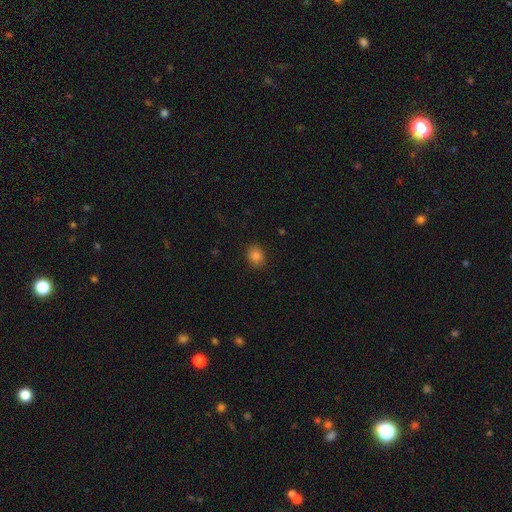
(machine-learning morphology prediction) Smooth or featured? smooth (84%)
How rounded? round (57%)
Merging? none (88%)